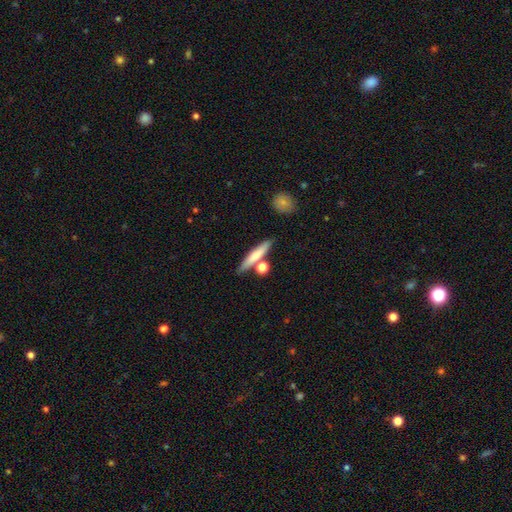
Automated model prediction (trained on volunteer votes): Smooth or featured: smooth — 66% (featured or disk — 28%)
How rounded: cigar-shaped — 84% (in between — 12%)
Merging: none — 72% (merger — 15%)